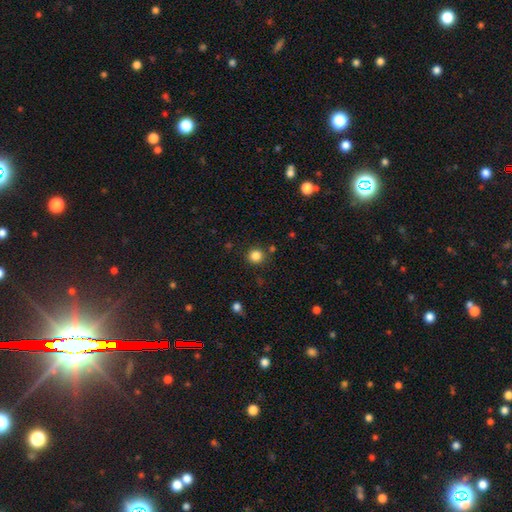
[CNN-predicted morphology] This is clearly a smooth galaxy (84%). How rounded: clearly round (93%). Merging: clearly none (87%).